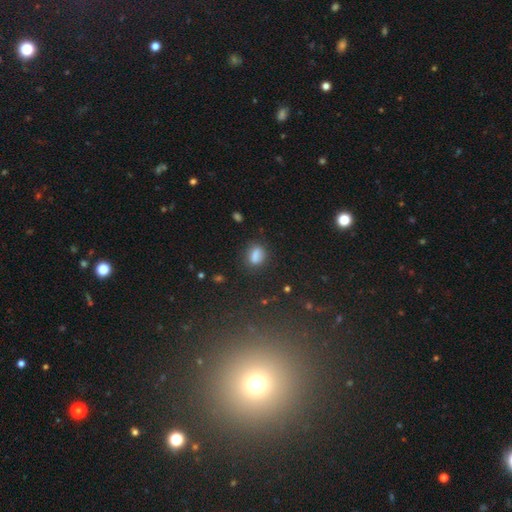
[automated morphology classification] Smooth or featured? smooth (79%)
How rounded? in between (66%)
Merging? none (71%)